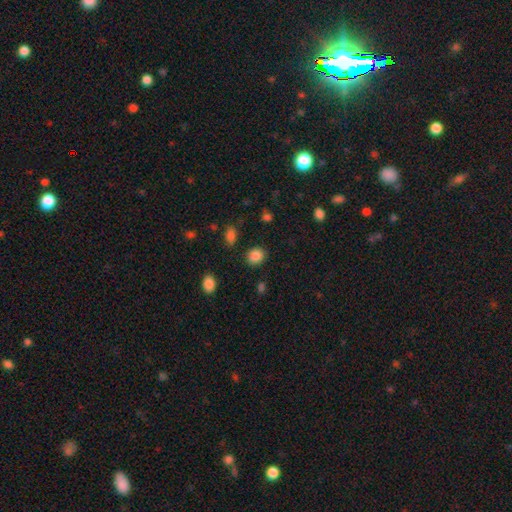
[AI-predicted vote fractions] This is clearly a smooth galaxy (86%). How rounded: possibly round (59%). Merging: clearly none (86%).